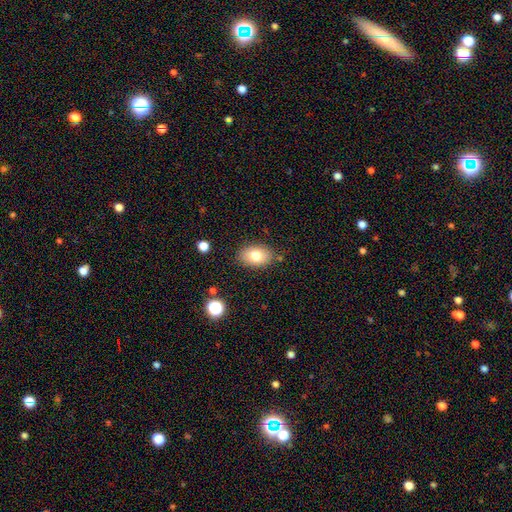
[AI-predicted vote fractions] Smooth or featured: smooth — 78% (featured or disk — 14%)
How rounded: in between — 87% (round — 12%)
Merging: none — 83% (minor disturbance — 12%)